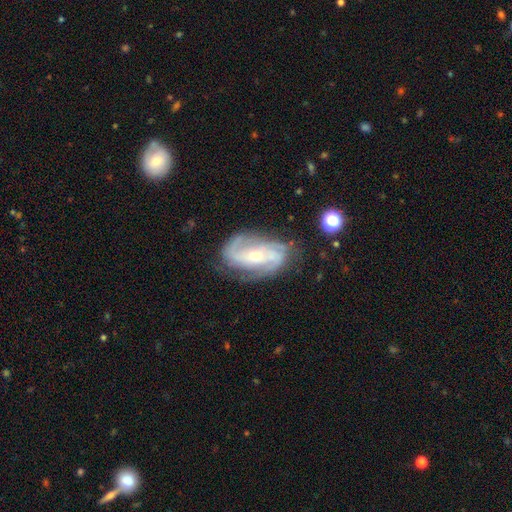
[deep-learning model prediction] featured or disk 87%, smooth 8%, star or artifact 6%. Down the decision tree: edge-on disk — no (96%); bar — no (40%); spiral arms — yes (96%); spiral arm count — 2 (57%); spiral winding — medium (45%); bulge size — small (51%); merging — none (70%).